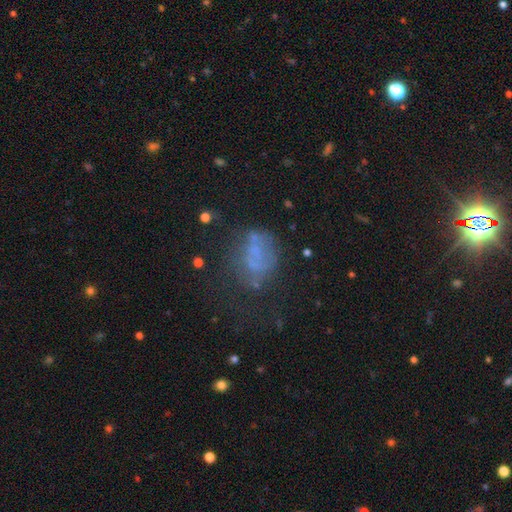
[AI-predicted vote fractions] The model was most divided on "smooth or featured": smooth: 41%, featured or disk: 39%, star or artifact: 20%. Remaining: merging — none (40%).